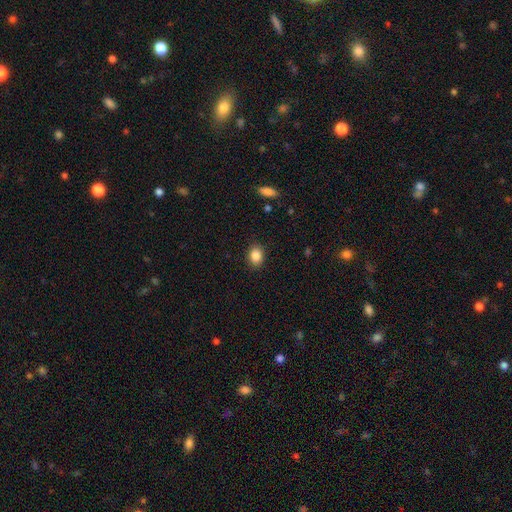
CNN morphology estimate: Smooth or featured? smooth (86%)
How rounded? in between (55%)
Merging? none (88%)